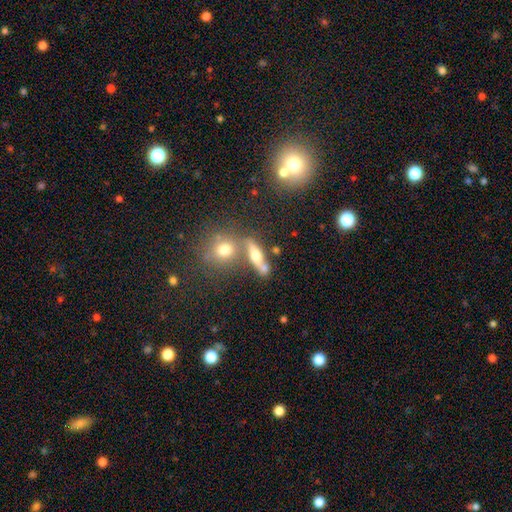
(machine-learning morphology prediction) Smooth or featured? Predicted: smooth (p=0.51). How rounded? Predicted: cigar-shaped (p=0.44). Merging? Predicted: none (p=0.57).